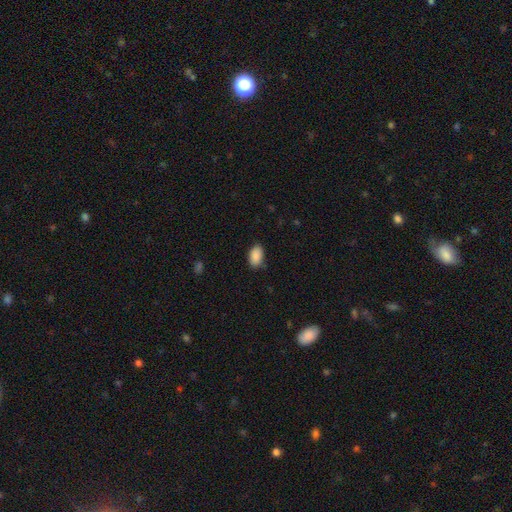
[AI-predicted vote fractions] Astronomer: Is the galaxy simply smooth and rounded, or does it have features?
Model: smooth — 90%.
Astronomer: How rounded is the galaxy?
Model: in between — 92%.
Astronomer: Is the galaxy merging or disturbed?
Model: none — 84%.